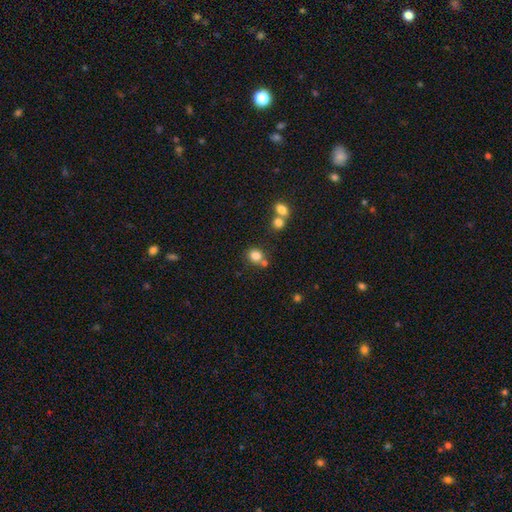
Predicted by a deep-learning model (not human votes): The model was most divided on "merging": none: 62%, merger: 23%, minor disturbance: 11%, major disturbance: 4%. More confident: smooth or featured — smooth (82%); how rounded — round (74%).